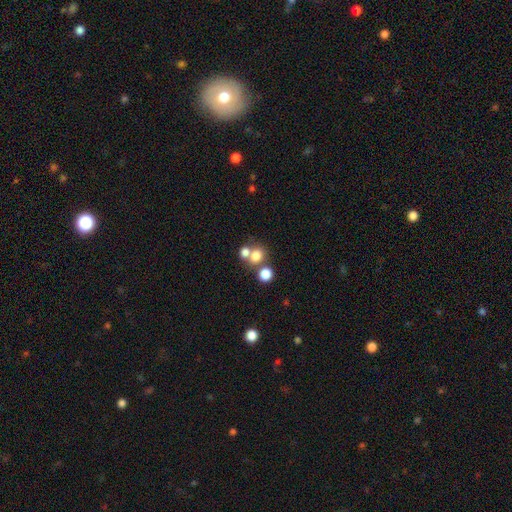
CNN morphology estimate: A smooth galaxy with no disk features (74%) that is round (68%).

Vote fractions:
- Smooth or featured? smooth: 74% / star or artifact: 14% / featured or disk: 12%
- How rounded? round: 68% / in between: 31% / cigar-shaped: 1%
- Merging? merger: 45% / none: 43% / minor disturbance: 8% / major disturbance: 5%